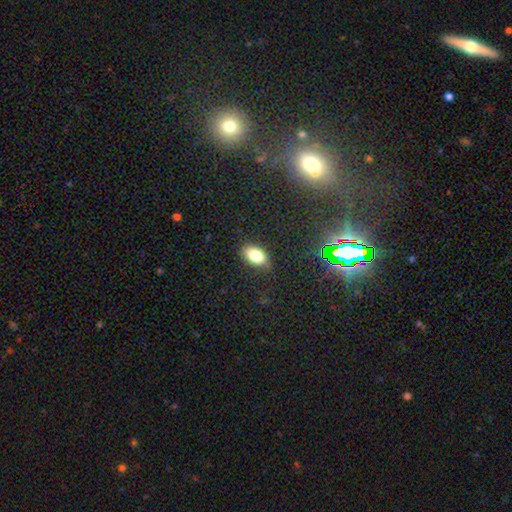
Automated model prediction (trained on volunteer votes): Overall: smooth (81%). How rounded: in between (92%). Merging: none (82%).